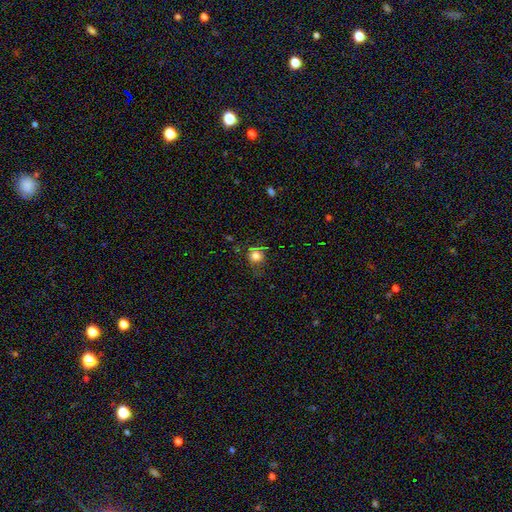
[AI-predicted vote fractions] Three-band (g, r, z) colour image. It shows a smooth galaxy with no disk features (76%) that is round (78%). Merging: none (65%).